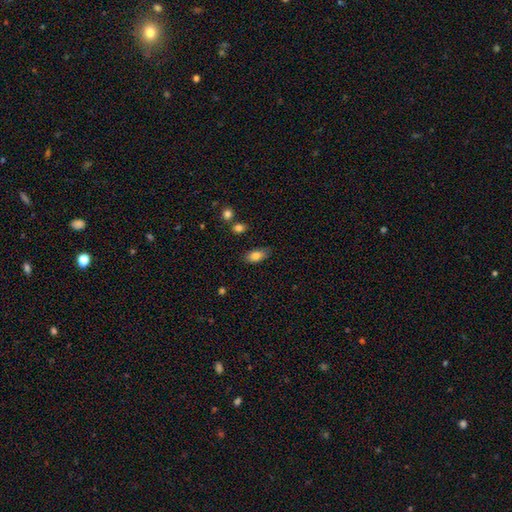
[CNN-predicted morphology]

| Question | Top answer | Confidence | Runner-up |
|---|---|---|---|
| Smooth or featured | smooth | 81% | featured or disk (10%) |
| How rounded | in between | 89% | cigar-shaped (6%) |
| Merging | none | 79% | minor disturbance (15%) |